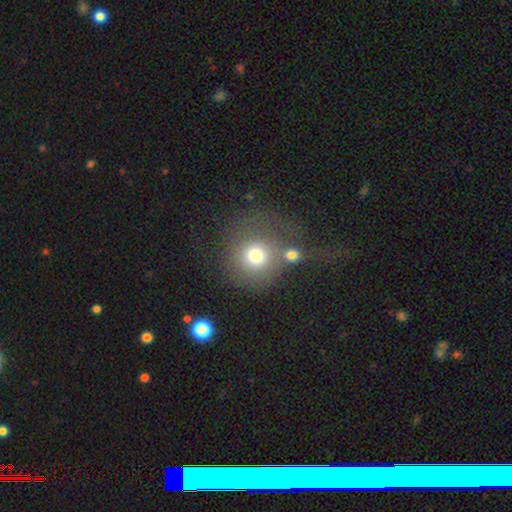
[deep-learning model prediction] smooth_or_featured: smooth (p=0.74) [alt: featured or disk p=0.13]
how_rounded: round (p=0.89) [alt: in between p=0.10]
merging: none (p=0.51) [alt: merger p=0.26]